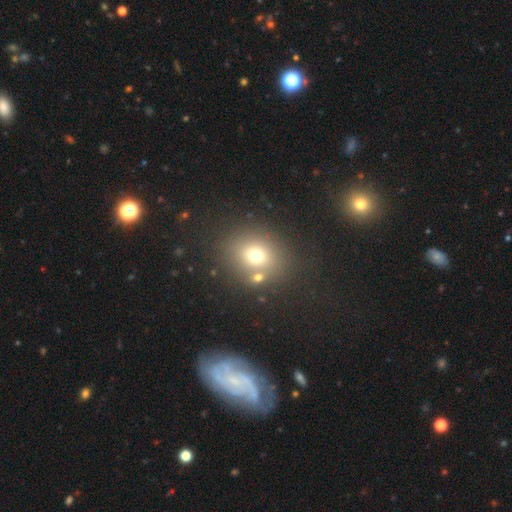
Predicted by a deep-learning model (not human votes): Q: Smooth or featured?
A: smooth (69%); runner-up: star or artifact (18%)
Q: How rounded?
A: round (72%); runner-up: in between (27%)
Q: Merging?
A: none (72%); runner-up: merger (13%)